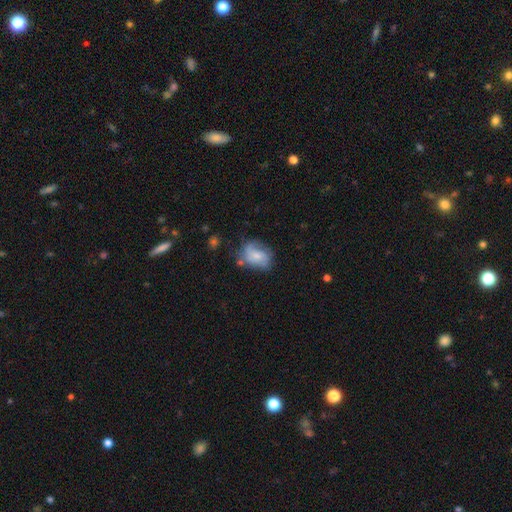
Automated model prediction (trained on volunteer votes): smooth-or-featured: smooth: 48% | featured or disk: 44% | star or artifact: 8%
  merging: none: 47% | minor disturbance: 29% | major disturbance: 17% | merger: 7%